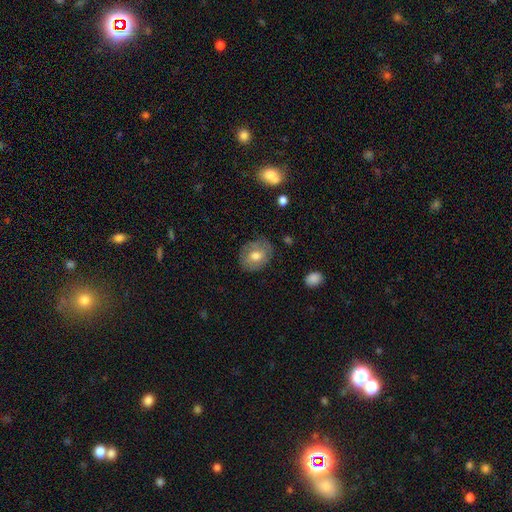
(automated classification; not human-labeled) smooth-or-featured: smooth: 63% | featured or disk: 29% | star or artifact: 8%
  how-rounded: round: 53% | in between: 46% | cigar-shaped: 1%
  merging: none: 77% | minor disturbance: 17% | major disturbance: 5% | merger: 1%